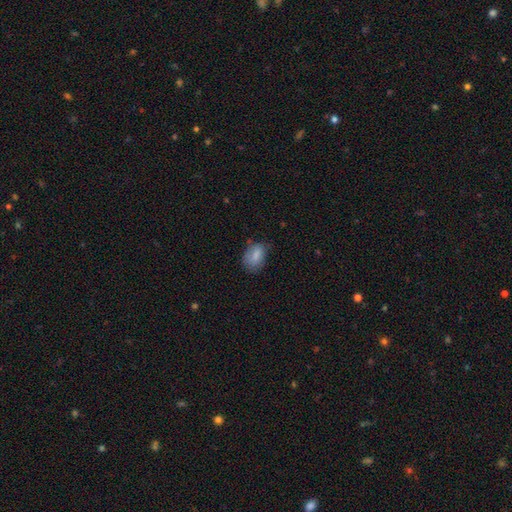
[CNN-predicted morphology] smooth-or-featured: smooth: 79% | featured or disk: 13% | star or artifact: 8%
  how-rounded: in between: 84% | round: 14% | cigar-shaped: 2%
  merging: none: 59% | minor disturbance: 30% | major disturbance: 9% | merger: 2%